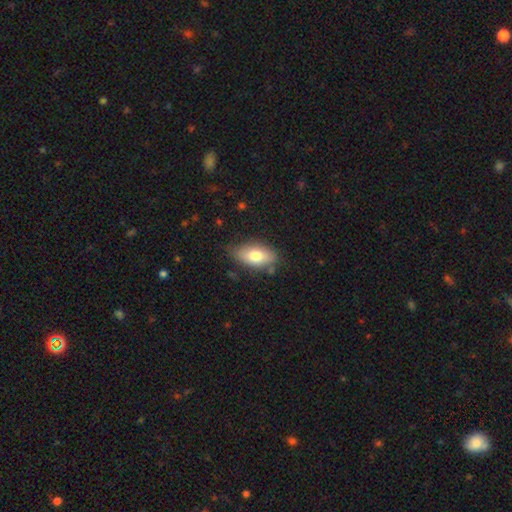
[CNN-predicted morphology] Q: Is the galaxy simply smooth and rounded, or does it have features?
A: smooth — 75%.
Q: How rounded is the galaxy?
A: in between — 89%.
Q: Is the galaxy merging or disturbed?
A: none — 74%.